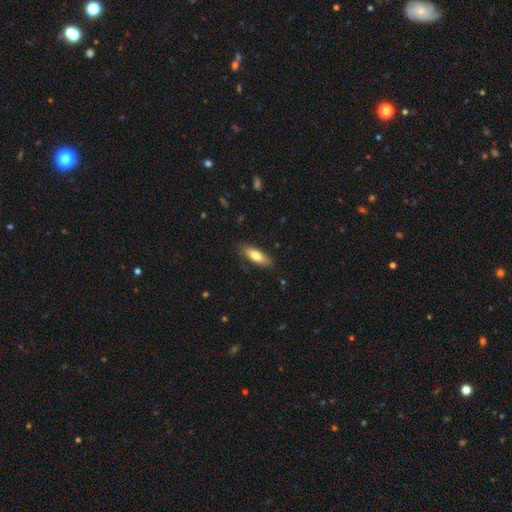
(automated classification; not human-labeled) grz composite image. It shows a smooth galaxy with no disk features (74%) that is in between round and cigar-shaped (63%). Merging: none (81%).